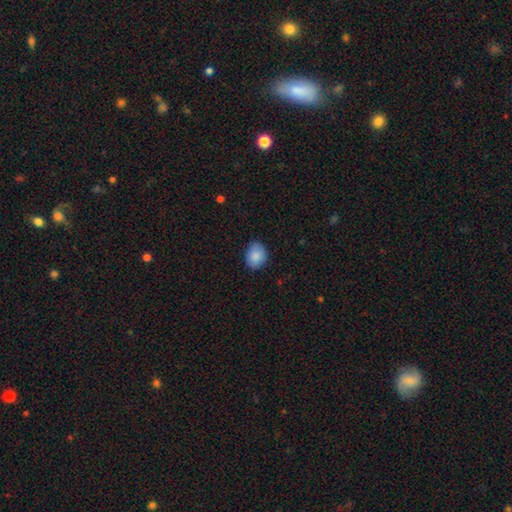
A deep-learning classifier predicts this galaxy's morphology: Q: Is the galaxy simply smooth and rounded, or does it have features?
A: smooth — 88%.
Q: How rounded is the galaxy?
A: round — 50%.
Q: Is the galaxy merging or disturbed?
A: none — 81%.